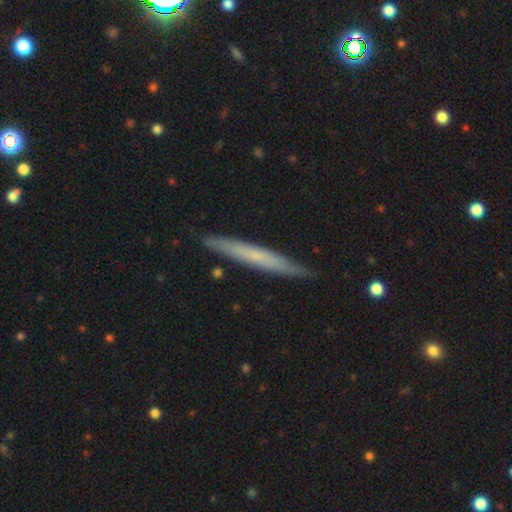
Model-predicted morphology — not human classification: Smooth or featured? smooth (49%)
Merging? none (88%)